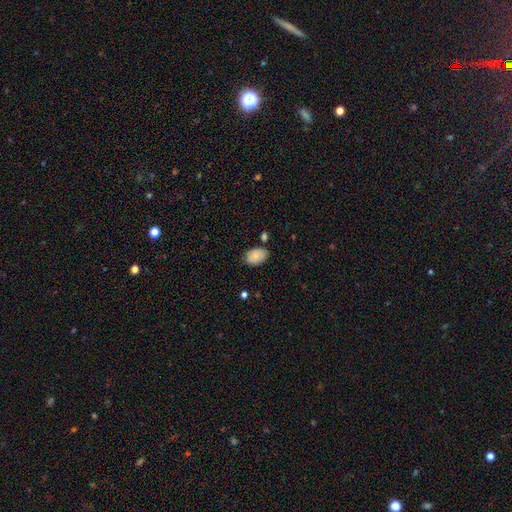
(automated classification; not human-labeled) smooth_or_featured: smooth (p=0.86) [alt: star or artifact p=0.07]
how_rounded: in between (p=0.89) [alt: round p=0.09]
merging: none (p=0.76) [alt: minor disturbance p=0.17]